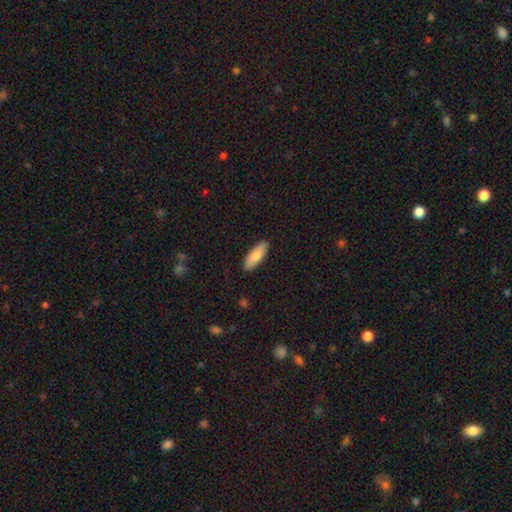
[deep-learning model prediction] Smooth or featured: smooth — 83% (featured or disk — 11%)
How rounded: in between — 71% (cigar-shaped — 27%)
Merging: none — 88% (minor disturbance — 9%)